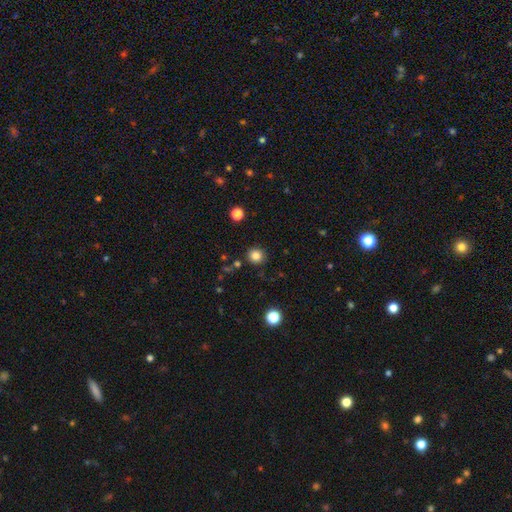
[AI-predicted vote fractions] This appears to be a smooth galaxy with no disk features (83%) that is round (92%). Merging: none (88%).